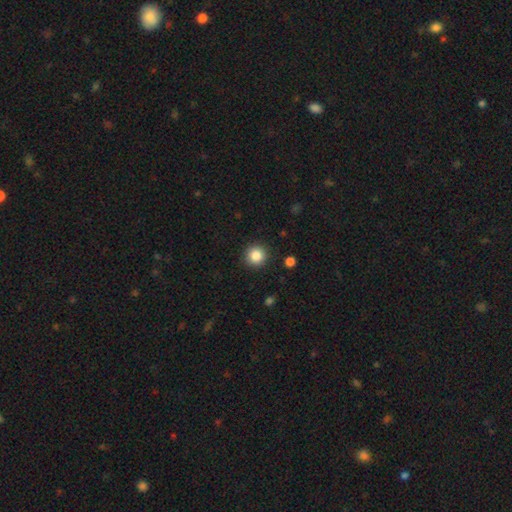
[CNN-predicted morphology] A smooth galaxy with no disk features (85%) that is round (94%).

Vote fractions:
- Smooth or featured? smooth: 85% / star or artifact: 10% / featured or disk: 5%
- How rounded? round: 94% / in between: 5% / cigar-shaped: 1%
- Merging? none: 91% / minor disturbance: 6% / major disturbance: 2% / merger: 1%